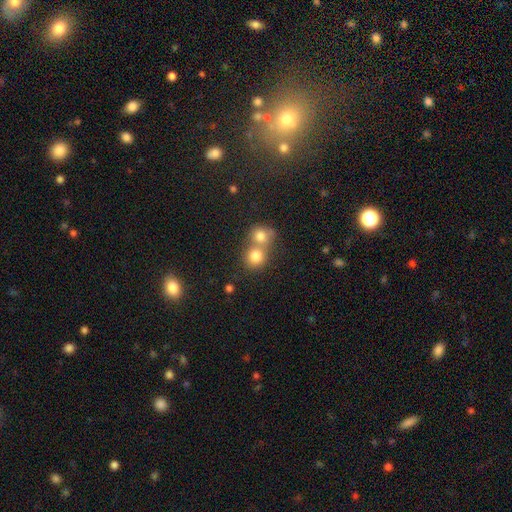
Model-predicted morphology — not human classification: A smooth galaxy with no disk features (79%) that is round (82%).

Vote fractions:
- Smooth or featured? smooth: 79% / star or artifact: 11% / featured or disk: 10%
- How rounded? round: 82% / in between: 17% / cigar-shaped: 1%
- Merging? merger: 55% / none: 37% / minor disturbance: 6% / major disturbance: 2%